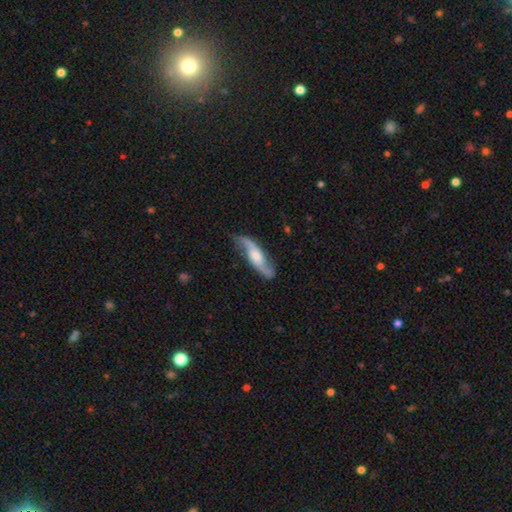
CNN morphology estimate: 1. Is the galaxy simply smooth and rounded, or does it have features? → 75% featured or disk, 20% smooth, 5% star or artifact.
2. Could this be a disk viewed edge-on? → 80% no, 20% yes.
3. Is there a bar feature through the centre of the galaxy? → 53% no, 35% weak, 12% strong.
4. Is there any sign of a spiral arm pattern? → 95% yes, 5% no.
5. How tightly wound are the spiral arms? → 66% loose, 26% medium, 8% tight.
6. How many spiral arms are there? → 91% 2, 4% can't tell, 2% 1, 1% 3, 1% 4, 1% more than 4.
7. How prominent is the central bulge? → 50% moderate, 21% small, 19% large, 8% none, 2% dominant.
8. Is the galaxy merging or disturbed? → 75% none, 18% minor disturbance, 5% major disturbance, 2% merger.